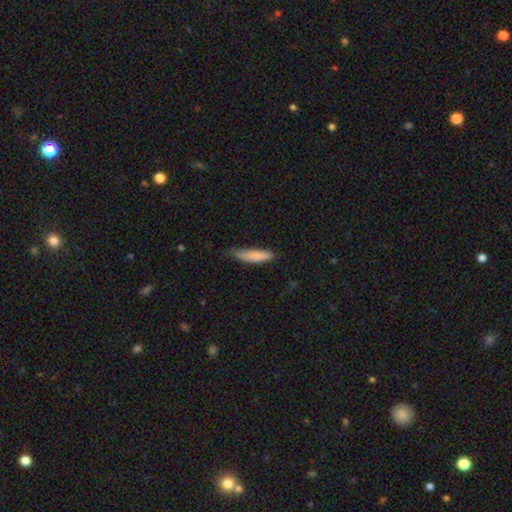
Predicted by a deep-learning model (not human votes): Smooth or featured?
  - smooth: 82% *
  - featured or disk: 12%
  - star or artifact: 6%
How rounded?
  - cigar-shaped: 76% *
  - in between: 22%
  - round: 1%
Merging?
  - none: 62% *
  - minor disturbance: 31%
  - major disturbance: 5%
  - merger: 2%